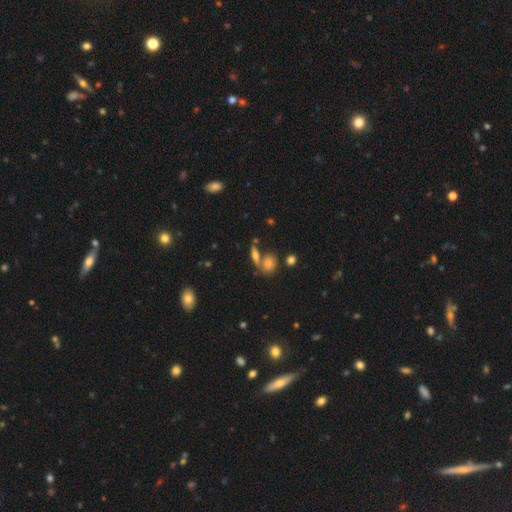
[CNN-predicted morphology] A smooth galaxy with no disk features (59%) that is in between round and cigar-shaped (53%). Merging: none (51%).